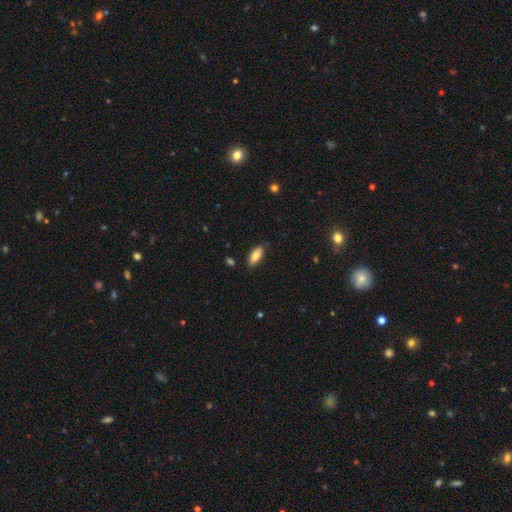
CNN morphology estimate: Overall: smooth (80%). How rounded: in between (83%). Merging: none (86%).